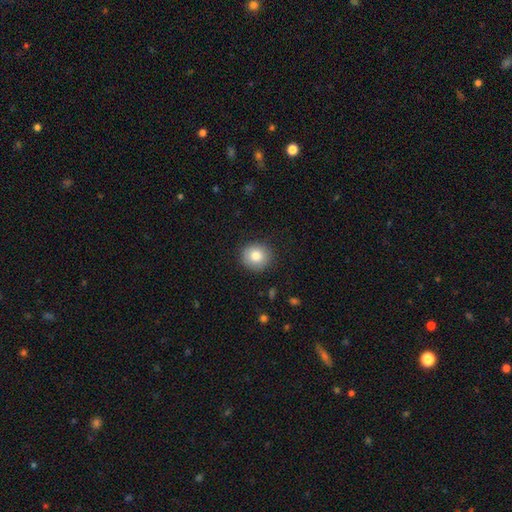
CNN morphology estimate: Q: Smooth or featured?
A: smooth (81%); runner-up: featured or disk (10%)
Q: How rounded?
A: round (90%); runner-up: in between (9%)
Q: Merging?
A: none (89%); runner-up: minor disturbance (8%)